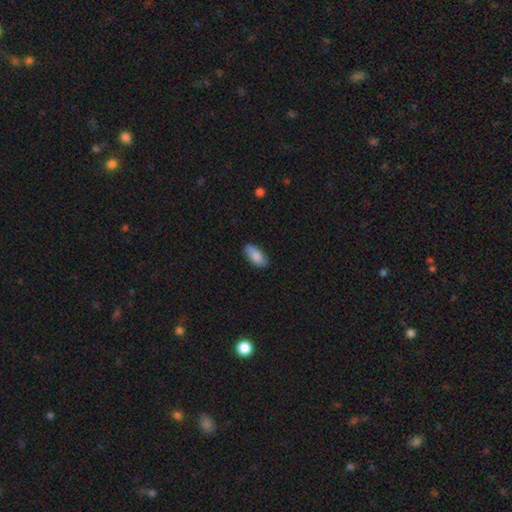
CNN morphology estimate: A smooth galaxy with no disk features (80%) that is in between round and cigar-shaped (87%).

Vote fractions:
- Smooth or featured? smooth: 80% / featured or disk: 13% / star or artifact: 6%
- How rounded? in between: 87% / cigar-shaped: 10% / round: 3%
- Merging? none: 78% / minor disturbance: 17% / major disturbance: 3% / merger: 2%